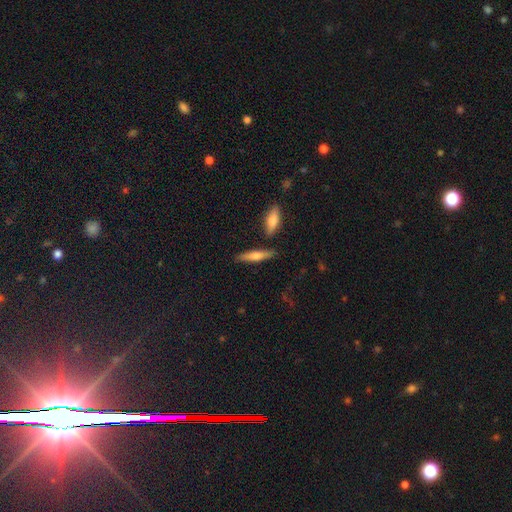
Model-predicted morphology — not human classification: Q: Smooth or featured?
A: smooth (63%); runner-up: featured or disk (31%)
Q: How rounded?
A: cigar-shaped (79%); runner-up: in between (19%)
Q: Merging?
A: none (81%); runner-up: minor disturbance (10%)